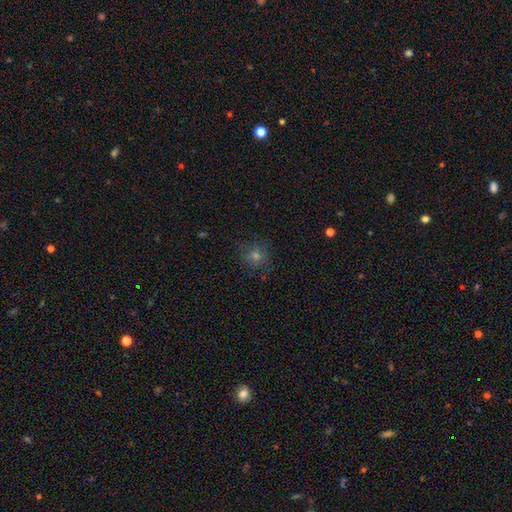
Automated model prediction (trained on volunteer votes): Smooth or featured? Predicted: smooth (p=0.55). How rounded? Predicted: round (p=0.89). Merging? Predicted: none (p=0.81).